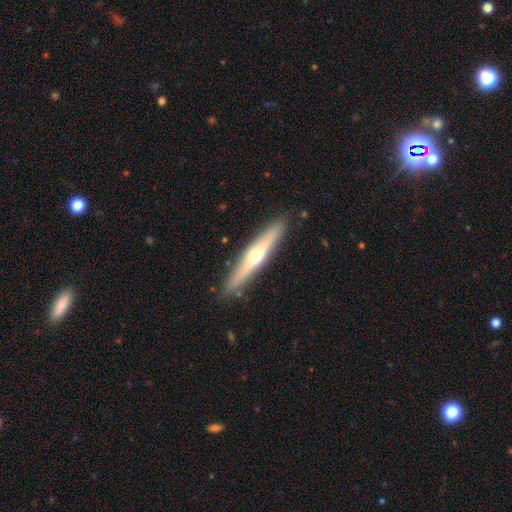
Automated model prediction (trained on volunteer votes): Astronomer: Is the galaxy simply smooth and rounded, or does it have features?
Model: featured or disk — 58% (runner-up: smooth, 37%).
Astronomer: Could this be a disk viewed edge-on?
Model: yes — 95%.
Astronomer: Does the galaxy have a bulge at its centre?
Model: rounded — 85%.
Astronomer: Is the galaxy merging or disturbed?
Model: none — 89%.